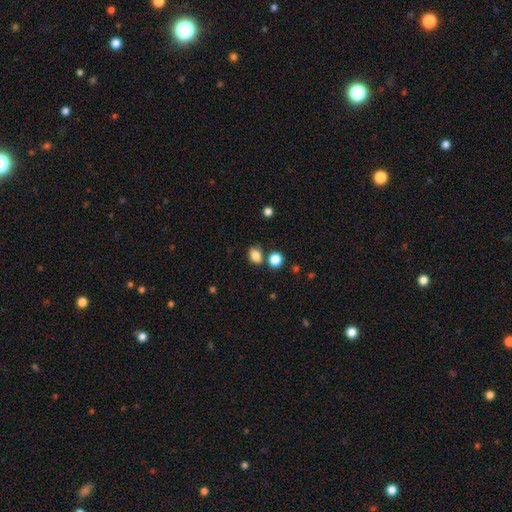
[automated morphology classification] smooth-or-featured: smooth: 83% | star or artifact: 11% | featured or disk: 6%
  how-rounded: in between: 68% | round: 31% | cigar-shaped: 2%
  merging: none: 70% | merger: 13% | minor disturbance: 13% | major disturbance: 4%